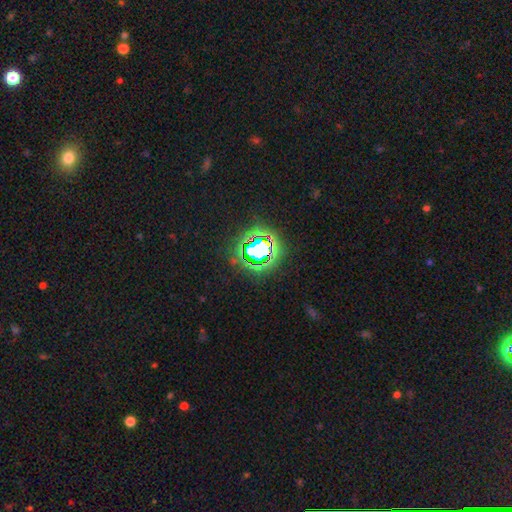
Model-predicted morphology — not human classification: A star or artifact, not a galaxy (67%).

Vote fractions:
- Smooth or featured? star or artifact: 67% / smooth: 20% / featured or disk: 12%